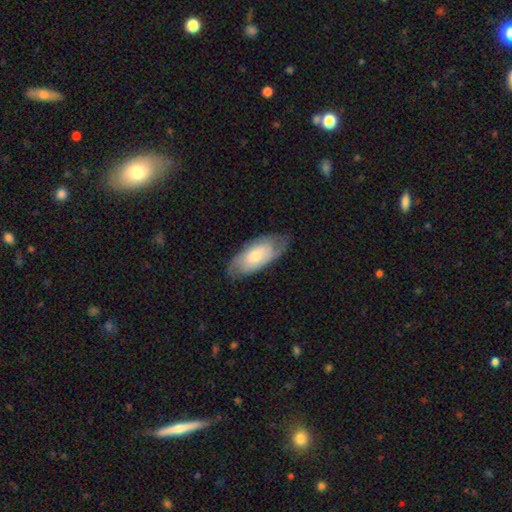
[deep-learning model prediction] Smooth or featured? Predicted: smooth (p=0.47, tied with featured or disk). Merging? Predicted: none (p=0.73).